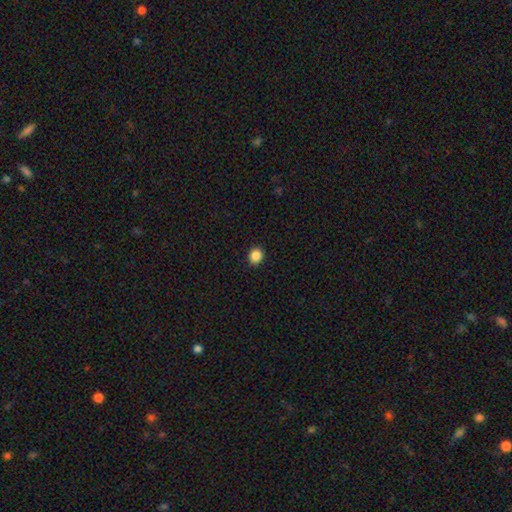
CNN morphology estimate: This appears to be a smooth galaxy with no disk features (87%) that is round (81%). Merging: none (92%).